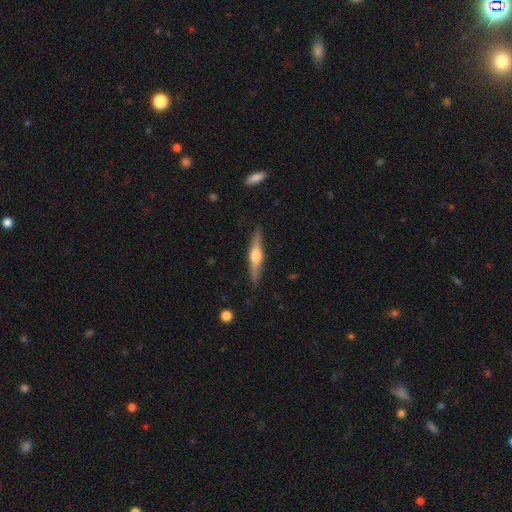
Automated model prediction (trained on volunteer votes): Smooth or featured? featured or disk (68%)
Edge-on disk? yes (97%)
Edge-on bulge? rounded (91%)
Merging? none (89%)